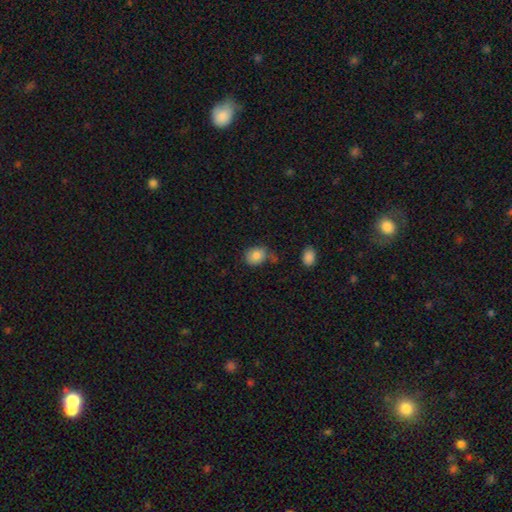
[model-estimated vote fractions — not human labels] Smooth or featured?
  - smooth: 83% *
  - star or artifact: 9%
  - featured or disk: 8%
How rounded?
  - round: 53% *
  - in between: 46%
  - cigar-shaped: 1%
Merging?
  - none: 63% *
  - minor disturbance: 22%
  - merger: 8%
  - major disturbance: 6%